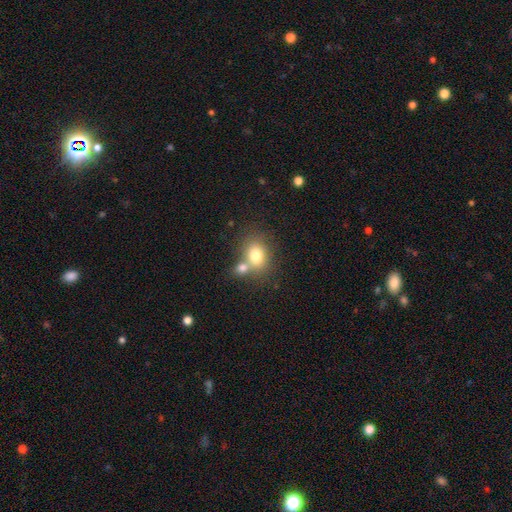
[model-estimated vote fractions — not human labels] Overall: smooth (77%). How rounded: in between (53%; round 45%). Merging: none (46%; merger 40%).